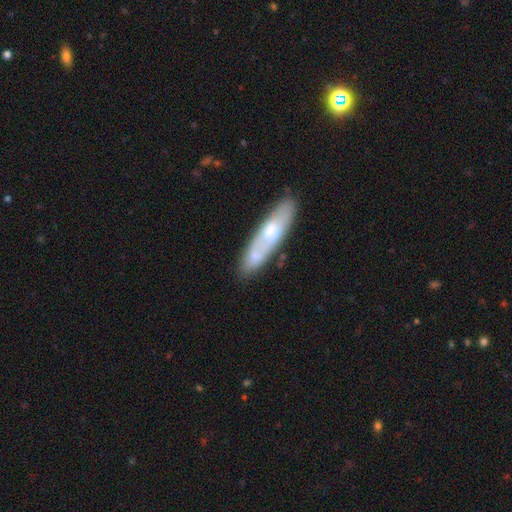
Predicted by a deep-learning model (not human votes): This is possibly a smooth galaxy (55%). How rounded: likely cigar-shaped (62%). Merging: likely none (73%).